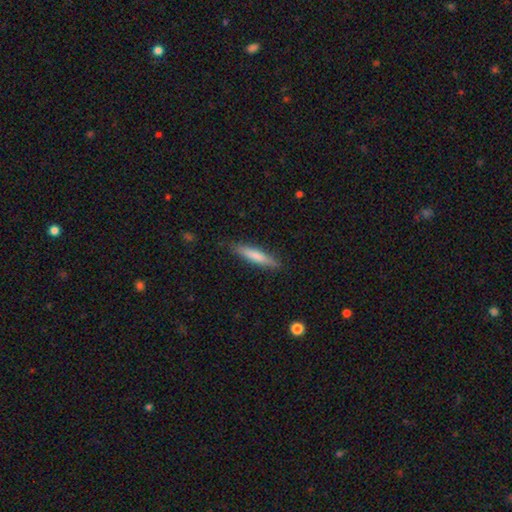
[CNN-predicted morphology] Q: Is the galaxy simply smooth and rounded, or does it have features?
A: smooth — 73%.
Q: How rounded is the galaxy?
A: cigar-shaped — 89%.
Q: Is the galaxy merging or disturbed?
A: none — 86%.